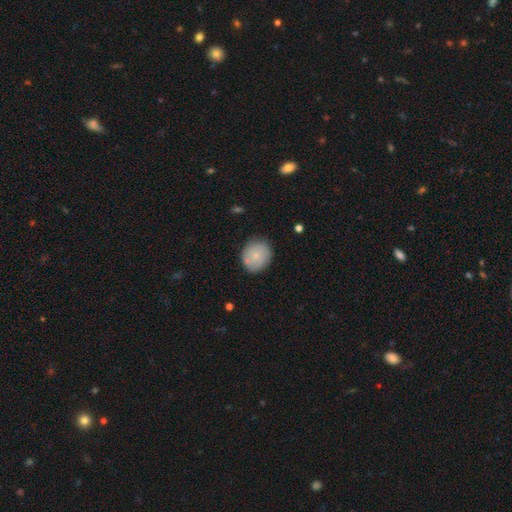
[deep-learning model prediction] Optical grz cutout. It shows a smooth galaxy with no disk features (73%) that is round (72%). Merging: none (76%).